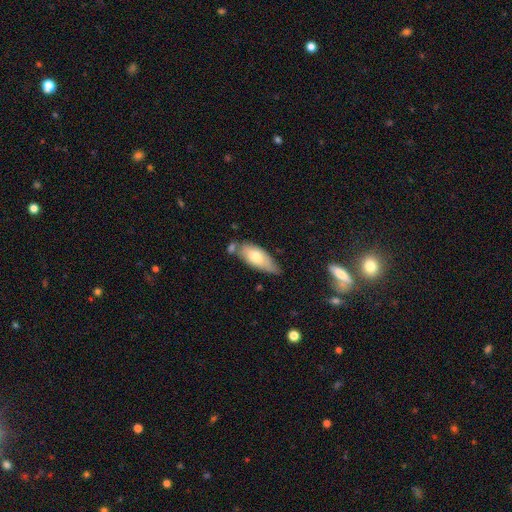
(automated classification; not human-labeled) A smooth galaxy with no disk features (67%) that is in between round and cigar-shaped (78%). Merging: none (53%).